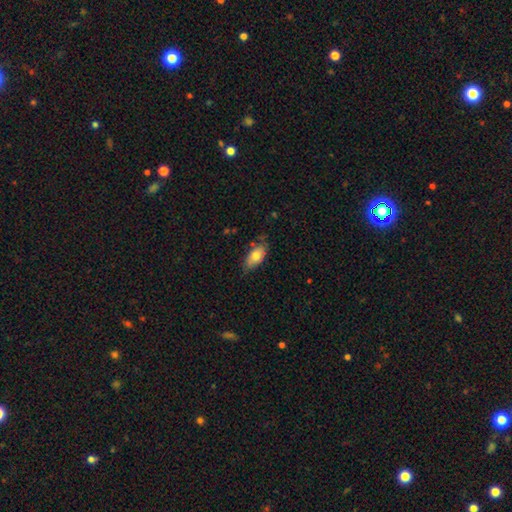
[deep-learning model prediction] A smooth galaxy with no disk features (72%) that is in between round and cigar-shaped (90%). Merging: none (69%).